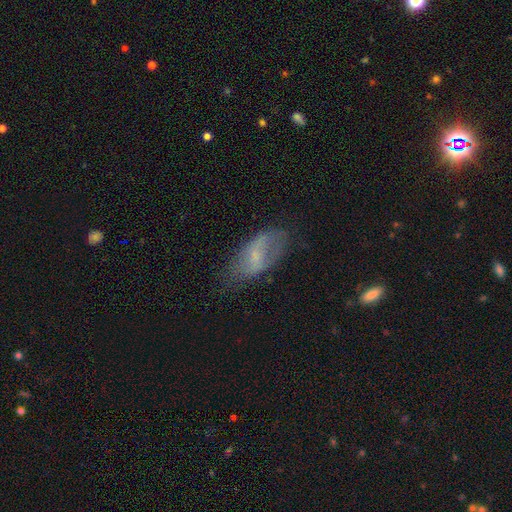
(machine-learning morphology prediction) Smooth or featured: smooth — 48% (featured or disk — 43%)
Merging: none — 52% (minor disturbance — 28%)